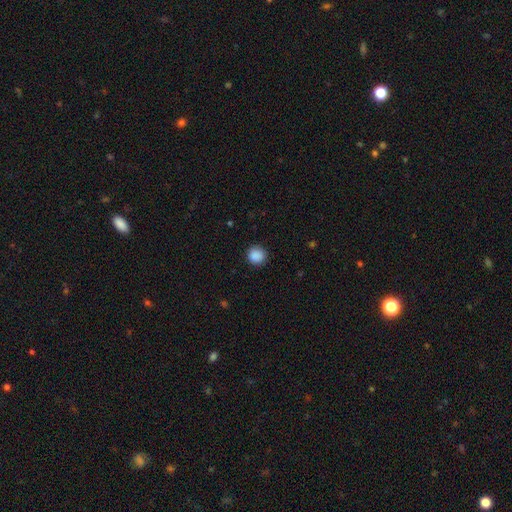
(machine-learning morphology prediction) smooth-or-featured: smooth: 88% | star or artifact: 9% | featured or disk: 3%
  how-rounded: round: 92% | in between: 7% | cigar-shaped: 1%
  merging: none: 89% | minor disturbance: 8% | major disturbance: 2% | merger: 1%